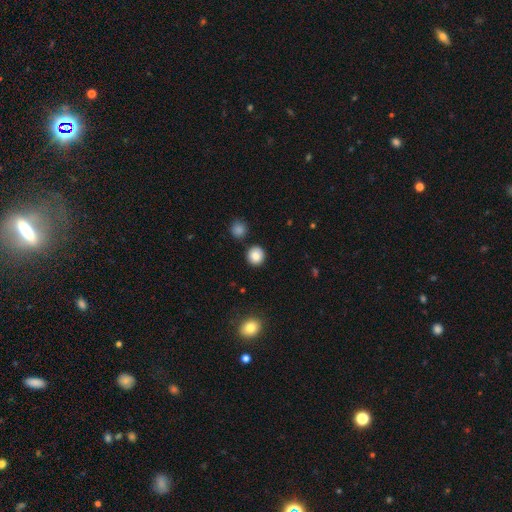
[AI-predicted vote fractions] Smooth or featured? smooth (84%)
How rounded? round (93%)
Merging? none (90%)